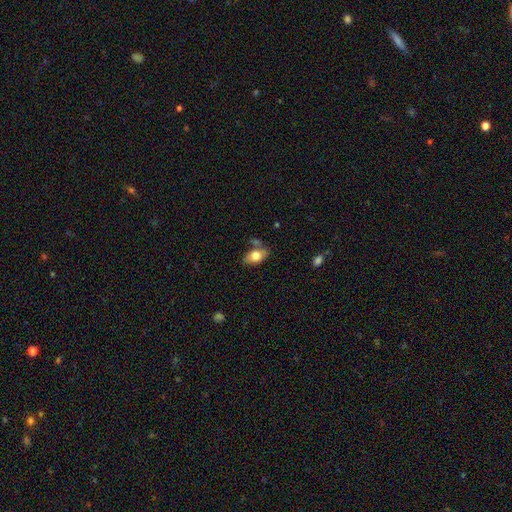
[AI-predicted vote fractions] Overall: smooth (73%). How rounded: in between (88%). Merging: none (65%).